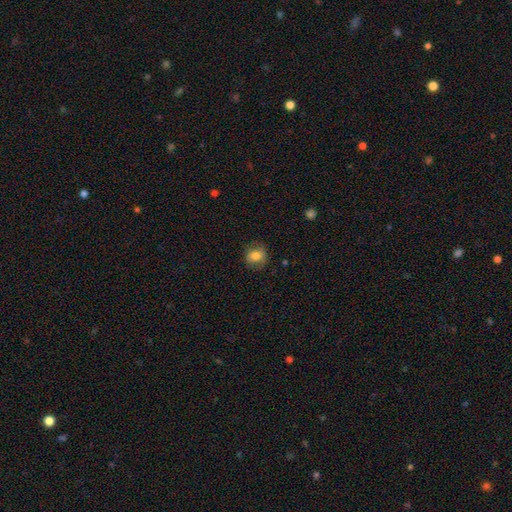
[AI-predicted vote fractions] This appears to be a smooth galaxy with no disk features (75%) that is round (73%). Merging: none (78%).